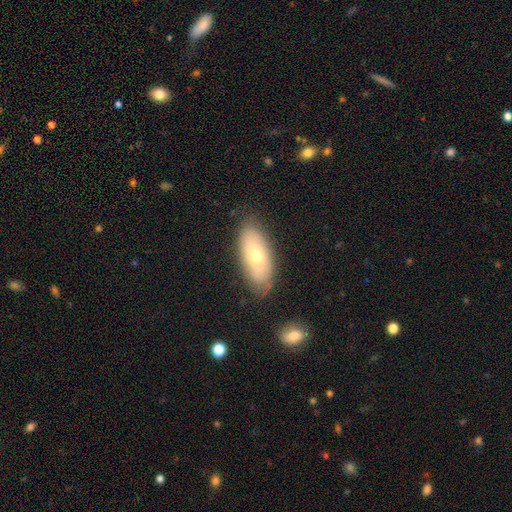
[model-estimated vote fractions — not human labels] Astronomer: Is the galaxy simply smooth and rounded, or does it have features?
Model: smooth — 60%.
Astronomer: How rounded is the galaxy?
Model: in between — 87%.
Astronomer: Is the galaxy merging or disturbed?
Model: none — 78%.